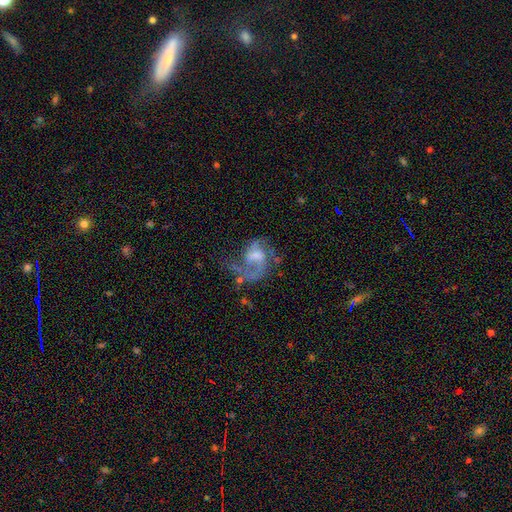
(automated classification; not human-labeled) smooth-or-featured: featured or disk: 78% | smooth: 14% | star or artifact: 8%
  disk-edge-on: no: 98% | yes: 2%
    bar: weak: 48% | no: 39% | strong: 12%
    has-spiral-arms: yes: 85% | no: 15%
      spiral-winding: loose: 49% | medium: 40% | tight: 11%
      spiral-arm-count: 2: 49% | 1: 37% | can't tell: 8% | 3: 3% | 4: 1% | more than 4: 1%
    bulge-size: moderate: 34% | small: 28% | none: 26% | large: 10% | dominant: 2%
  merging: major disturbance: 40% | none: 35% | minor disturbance: 18% | merger: 7%